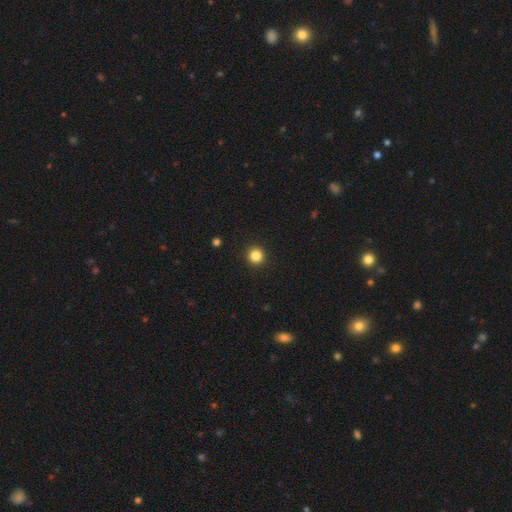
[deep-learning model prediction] Morphology: type=smooth (85%); roundness=round (95%); merging=none (93%).